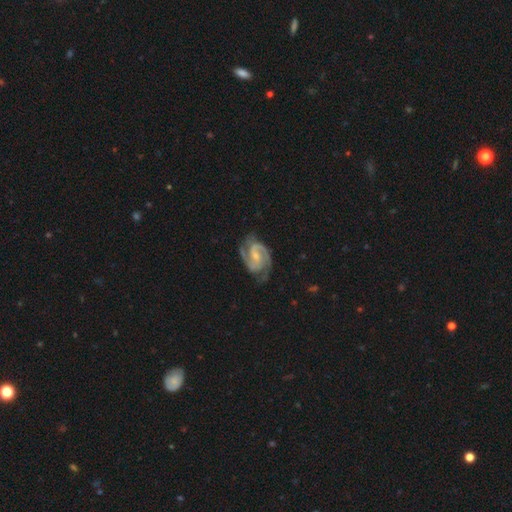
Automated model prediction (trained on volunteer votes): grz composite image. It shows a featured or disk galaxy (91%) with a weak bar (51%), 2 (83%) medium (54%) spiral arms (98%) and a small central bulge (57%). Merging: none (71%).